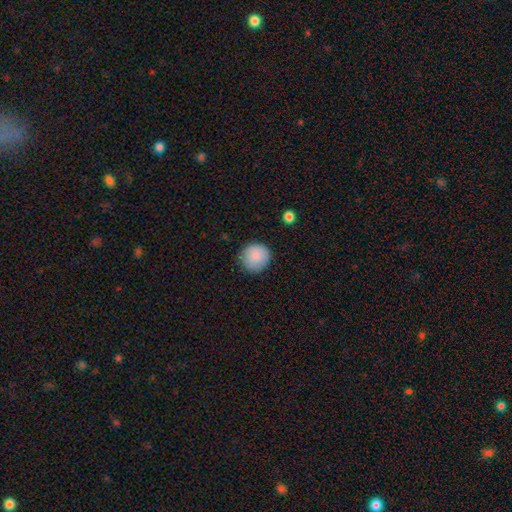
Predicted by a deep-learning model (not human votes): Overall: smooth (88%). How rounded: round (93%). Merging: none (87%).